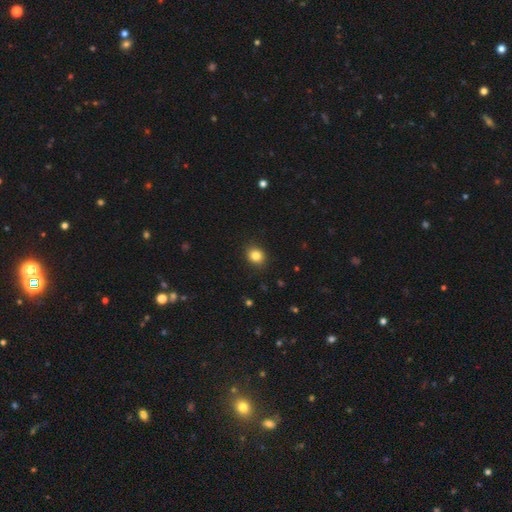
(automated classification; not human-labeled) A smooth galaxy with no disk features (84%) that is round (69%).

Vote fractions:
- Smooth or featured? smooth: 84% / star or artifact: 11% / featured or disk: 6%
- How rounded? round: 69% / in between: 30% / cigar-shaped: 1%
- Merging? none: 89% / minor disturbance: 8% / major disturbance: 2% / merger: 1%